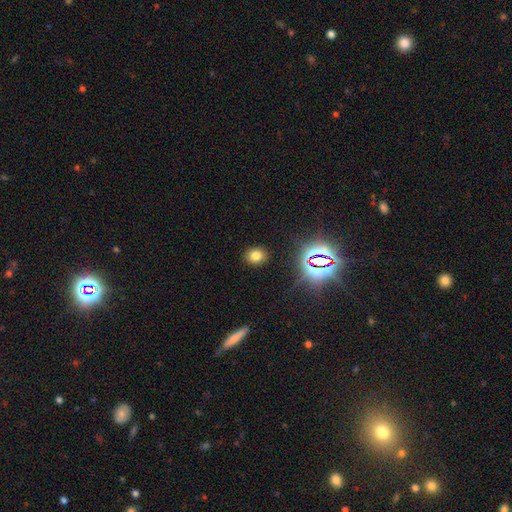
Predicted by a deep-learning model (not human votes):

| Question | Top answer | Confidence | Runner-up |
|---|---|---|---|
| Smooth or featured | smooth | 72% | star or artifact (21%) |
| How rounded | round | 73% | in between (26%) |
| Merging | none | 89% | minor disturbance (7%) |